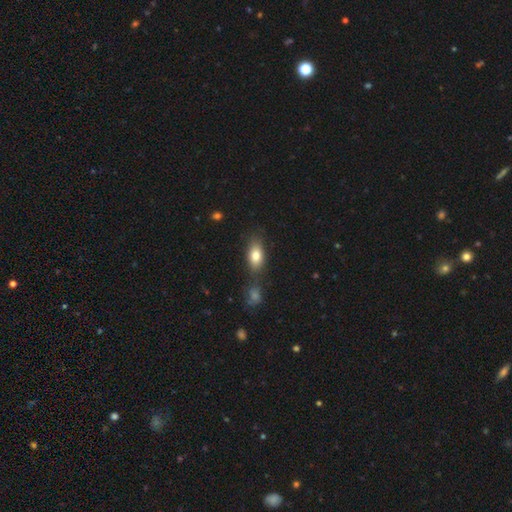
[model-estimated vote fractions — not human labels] smooth-or-featured: smooth: 80% | featured or disk: 12% | star or artifact: 8%
  how-rounded: in between: 85% | cigar-shaped: 8% | round: 7%
  merging: none: 70% | minor disturbance: 14% | merger: 12% | major disturbance: 4%